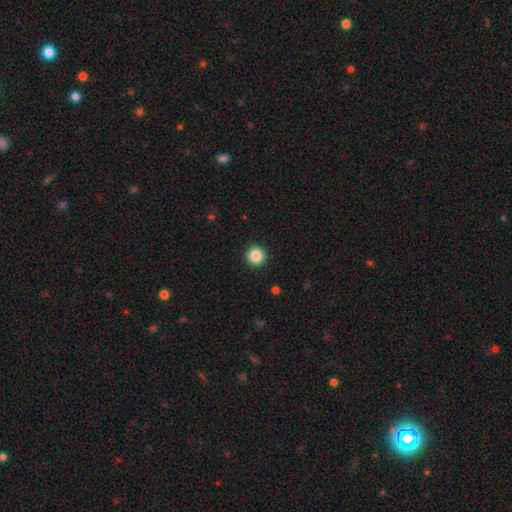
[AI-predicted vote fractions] Morphology: type=smooth (86%); roundness=round (96%); merging=none (93%).